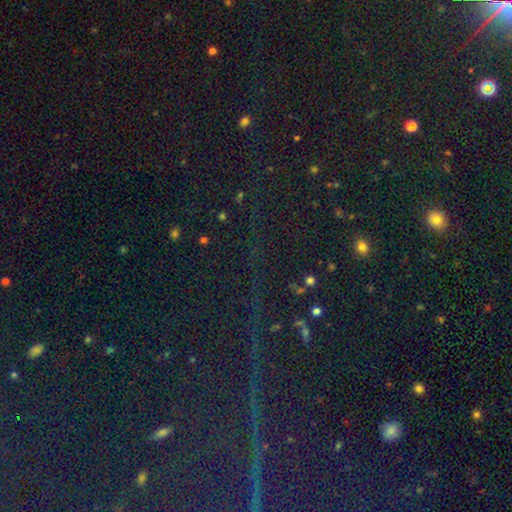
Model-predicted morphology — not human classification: Smooth or featured?
  - star or artifact: 82% *
  - smooth: 11%
  - featured or disk: 7%